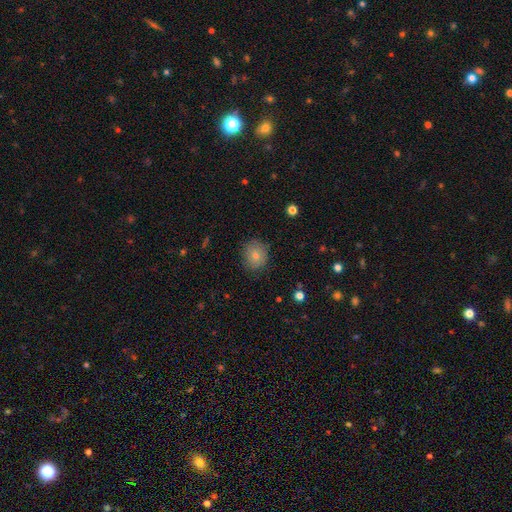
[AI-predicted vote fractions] Smooth or featured? smooth (73%)
How rounded? round (81%)
Merging? none (85%)